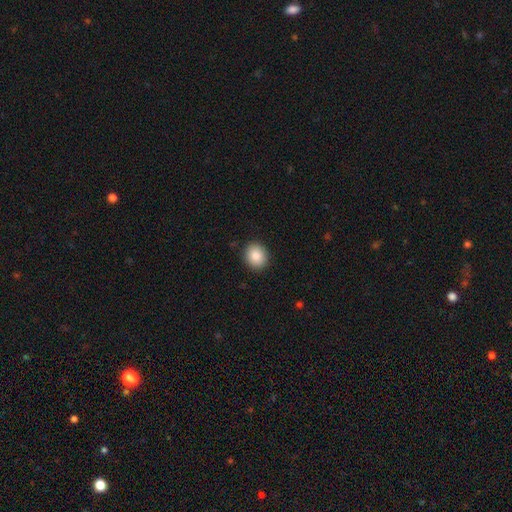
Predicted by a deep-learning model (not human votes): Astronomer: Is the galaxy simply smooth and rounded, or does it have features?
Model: smooth — 87%.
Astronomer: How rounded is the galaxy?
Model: round — 70%.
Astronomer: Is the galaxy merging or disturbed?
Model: none — 91%.